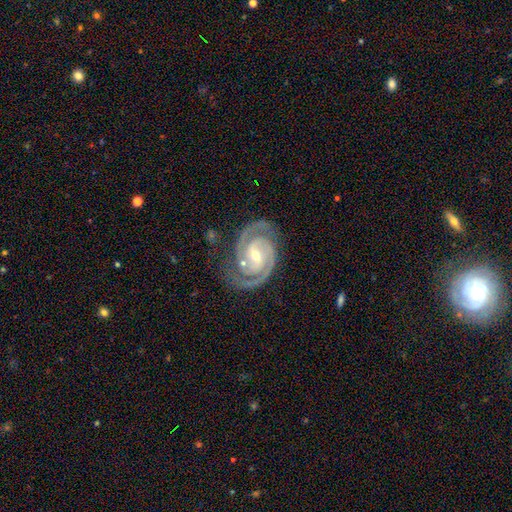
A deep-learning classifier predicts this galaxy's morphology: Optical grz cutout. It shows a featured or disk galaxy (93%) with a weak bar (41%), 2 (87%) tight (64%) spiral arms (99%) and a small central bulge (55%). Merging: none (78%).